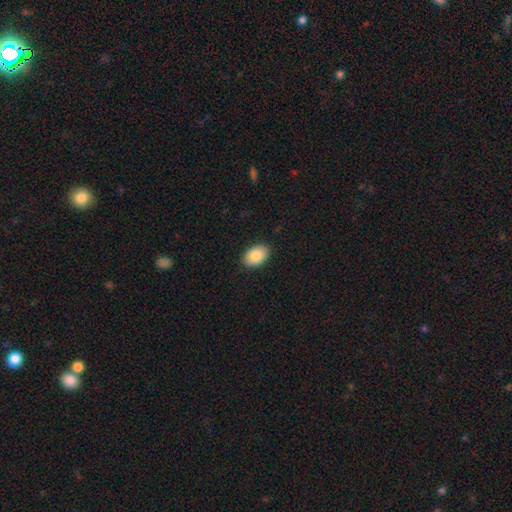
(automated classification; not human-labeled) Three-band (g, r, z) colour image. It shows a smooth galaxy with no disk features (87%) that is in between round and cigar-shaped (89%). Merging: none (89%).